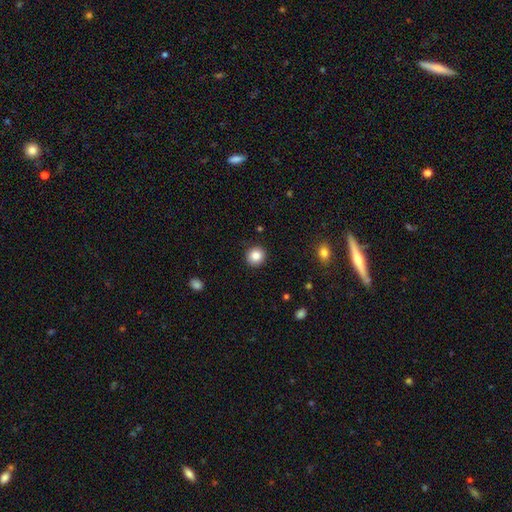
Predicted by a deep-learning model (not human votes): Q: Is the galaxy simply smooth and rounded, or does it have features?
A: smooth — 86%.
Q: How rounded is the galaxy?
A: round — 90%.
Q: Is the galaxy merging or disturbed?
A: none — 91%.